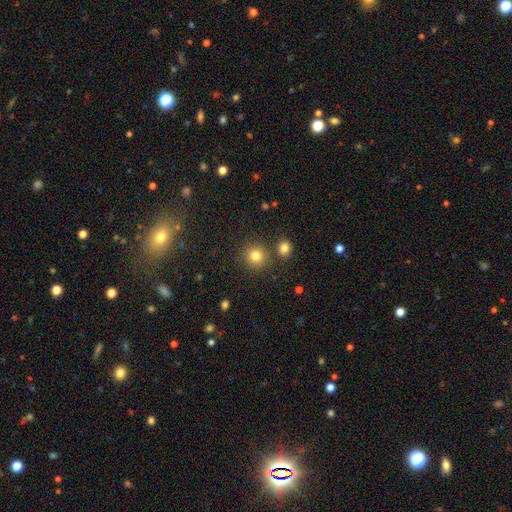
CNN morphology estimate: The model was most divided on "smooth or featured": smooth: 81%, star or artifact: 13%, featured or disk: 6%. More confident: how rounded — round (91%); merging — none (83%).